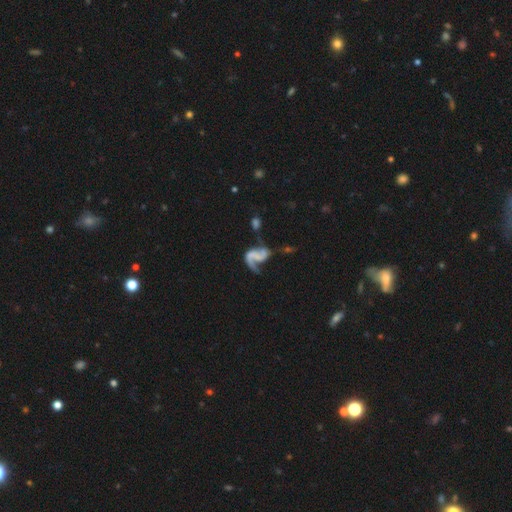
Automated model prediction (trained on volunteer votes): featured or disk 80%, smooth 13%, star or artifact 8%. Down the decision tree: edge-on disk — no (98%); bar — no (49%); spiral arms — yes (90%); spiral arm count — 2 (67%); spiral winding — loose (65%); bulge size — none (66%); merging — none (36%).